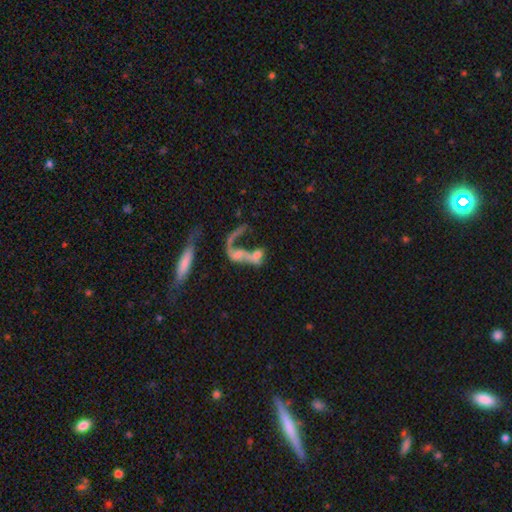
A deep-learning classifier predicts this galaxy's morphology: Q: Smooth or featured?
A: featured or disk (50%); runner-up: smooth (36%)
Q: Edge-on disk?
A: no (88%); runner-up: yes (12%)
Q: Merging?
A: merger (55%); runner-up: major disturbance (21%)